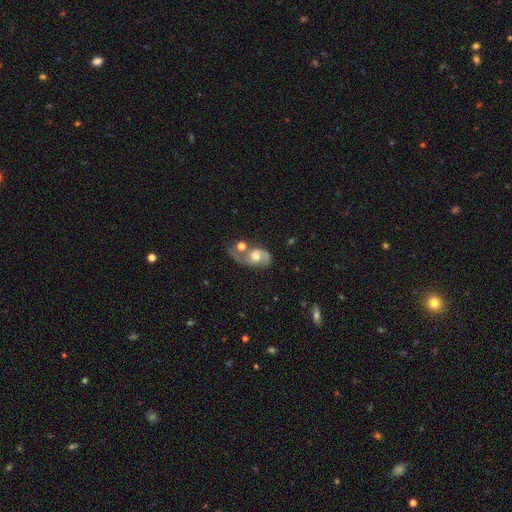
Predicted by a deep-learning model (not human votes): smooth-or-featured: featured or disk: 67% | smooth: 25% | star or artifact: 8%
  disk-edge-on: no: 96% | yes: 4%
    bar: no: 67% | weak: 28% | strong: 6%
    has-spiral-arms: yes: 85% | no: 15%
      spiral-winding: loose: 44% | medium: 41% | tight: 15%
      spiral-arm-count: 2: 70% | 1: 21% | can't tell: 6% | 3: 1% | 4: 1% | more than 4: 1%
    bulge-size: moderate: 50% | large: 32% | small: 11% | none: 4% | dominant: 3%
  merging: merger: 36% | none: 29% | major disturbance: 19% | minor disturbance: 16%